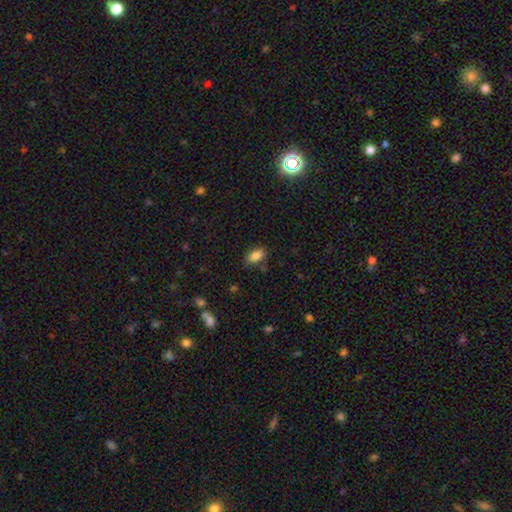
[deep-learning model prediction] Smooth or featured: smooth — 86% (star or artifact — 9%)
How rounded: in between — 91% (round — 5%)
Merging: none — 80% (minor disturbance — 14%)